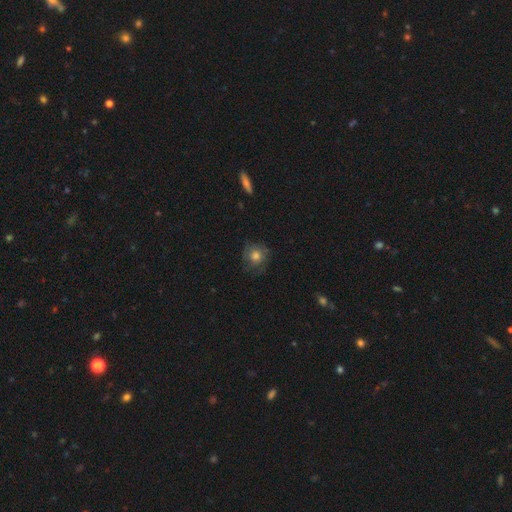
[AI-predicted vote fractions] A smooth galaxy with no disk features (63%) that is round (87%). Merging: none (70%).